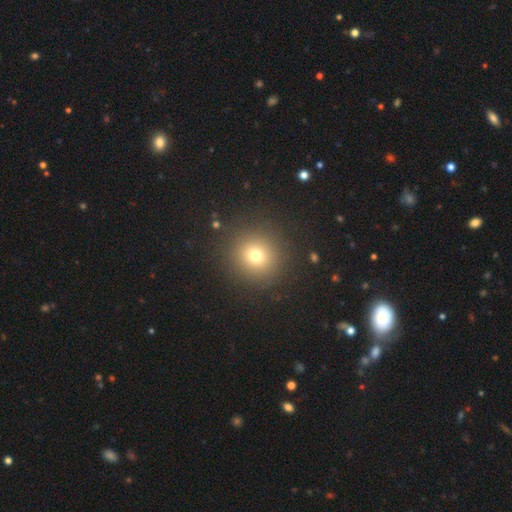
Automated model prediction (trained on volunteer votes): Smooth or featured? smooth (73%)
How rounded? round (93%)
Merging? none (89%)